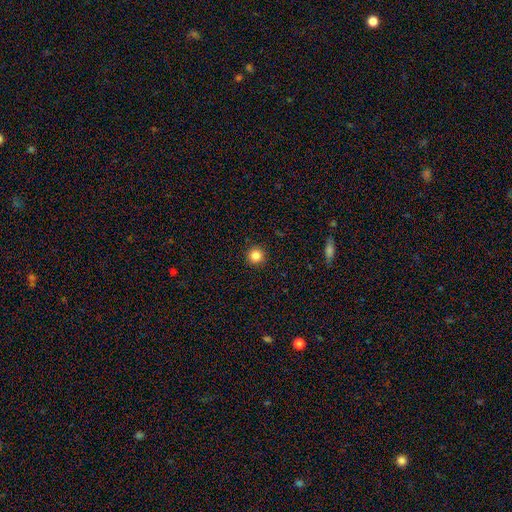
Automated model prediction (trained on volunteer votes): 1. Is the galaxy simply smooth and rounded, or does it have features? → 85% smooth, 11% star or artifact, 4% featured or disk.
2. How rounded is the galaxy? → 95% round, 4% in between, 1% cigar-shaped.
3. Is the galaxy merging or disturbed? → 92% none, 5% minor disturbance, 2% major disturbance, 1% merger.